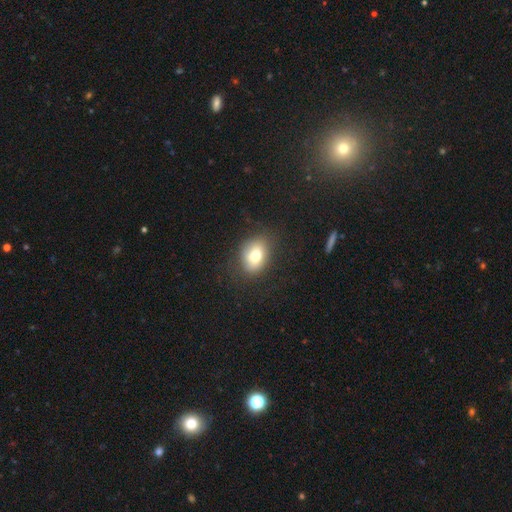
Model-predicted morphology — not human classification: This appears to be a smooth galaxy with no disk features (74%) that is in between round and cigar-shaped (61%). Merging: none (79%).